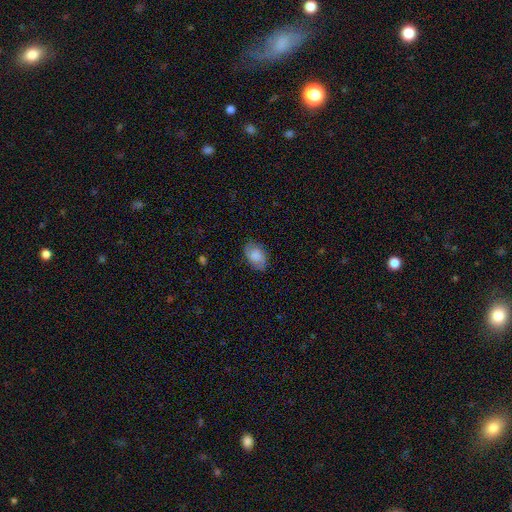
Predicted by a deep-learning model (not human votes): Q: Smooth or featured?
A: smooth (68%); runner-up: featured or disk (25%)
Q: How rounded?
A: in between (90%); runner-up: round (9%)
Q: Merging?
A: none (80%); runner-up: minor disturbance (15%)